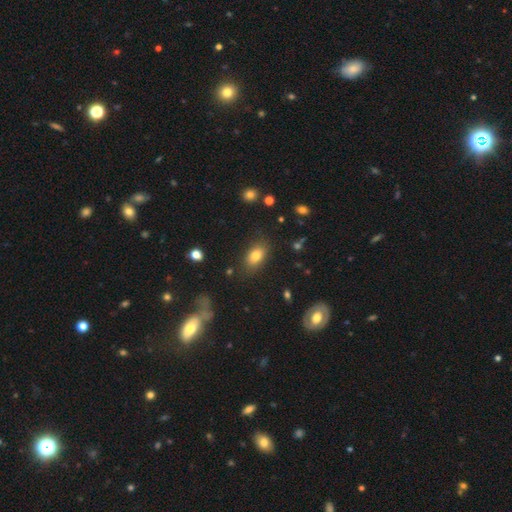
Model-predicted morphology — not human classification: smooth_or_featured: smooth (p=0.80) [alt: star or artifact p=0.10]
how_rounded: in between (p=0.86) [alt: round p=0.11]
merging: none (p=0.81) [alt: minor disturbance p=0.13]